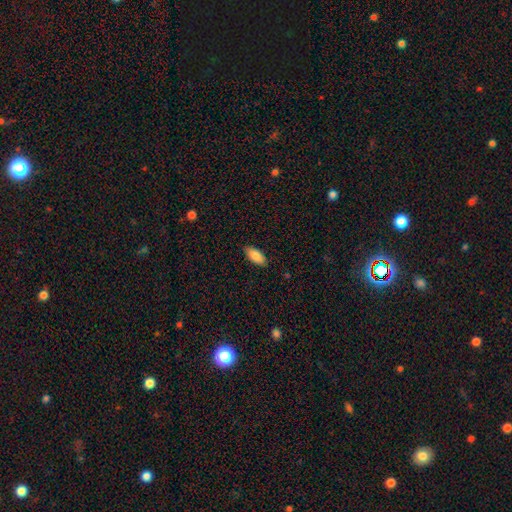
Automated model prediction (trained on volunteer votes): Smooth or featured? Predicted: smooth (p=0.87). How rounded? Predicted: in between (p=0.88). Merging? Predicted: none (p=0.87).